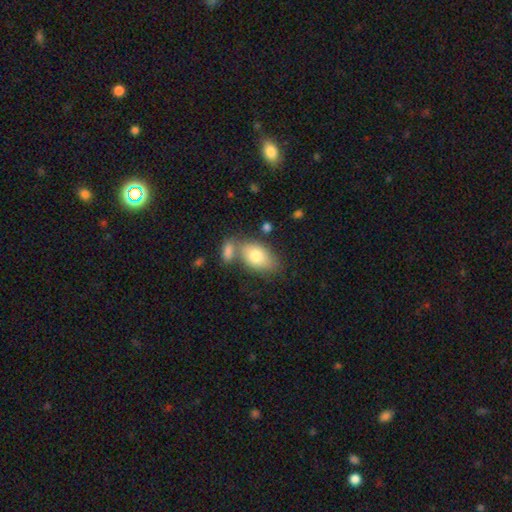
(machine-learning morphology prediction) Smooth or featured? smooth (78%)
How rounded? in between (90%)
Merging? none (54%)